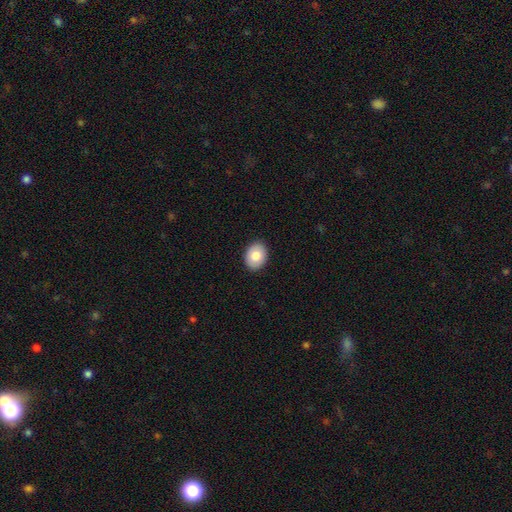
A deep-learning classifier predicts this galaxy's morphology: type=smooth (82%); roundness=in between (62%); merging=none (91%).